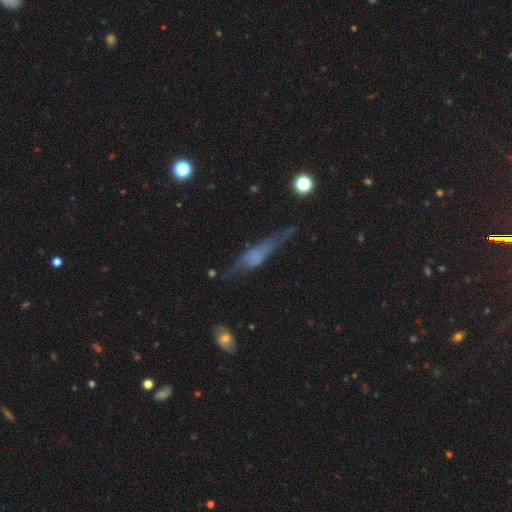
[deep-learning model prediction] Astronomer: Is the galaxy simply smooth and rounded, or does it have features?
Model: featured or disk — 53% (runner-up: smooth, 36%).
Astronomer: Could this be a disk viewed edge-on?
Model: yes — 83%.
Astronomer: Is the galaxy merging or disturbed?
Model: none — 60%.